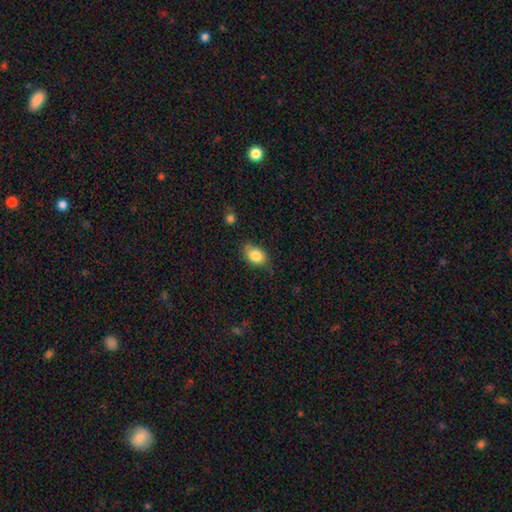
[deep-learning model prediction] Overall: smooth (83%). How rounded: in between (81%). Merging: none (70%).